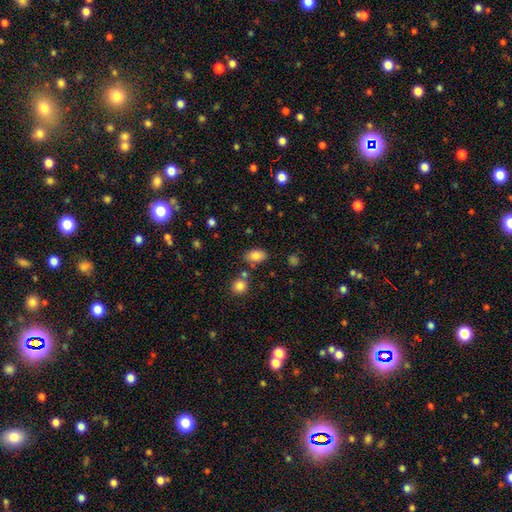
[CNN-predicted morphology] smooth-or-featured: smooth: 83% | star or artifact: 10% | featured or disk: 8%
  how-rounded: in between: 88% | round: 9% | cigar-shaped: 2%
  merging: none: 76% | minor disturbance: 13% | merger: 7% | major disturbance: 4%